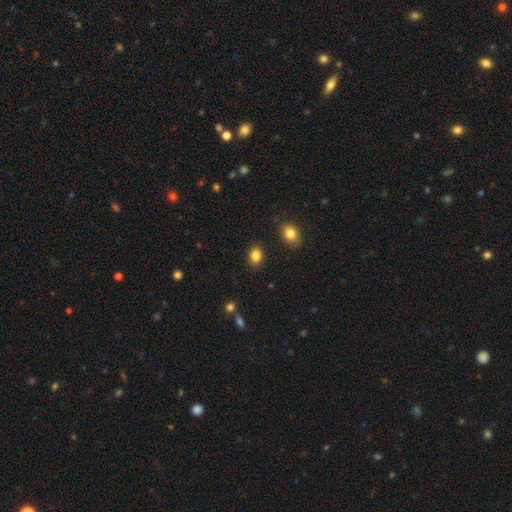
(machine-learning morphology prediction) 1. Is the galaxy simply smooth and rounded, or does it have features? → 85% smooth, 10% star or artifact, 5% featured or disk.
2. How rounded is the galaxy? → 57% in between, 42% round, 1% cigar-shaped.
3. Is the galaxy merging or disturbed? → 87% none, 8% minor disturbance, 2% major disturbance, 2% merger.